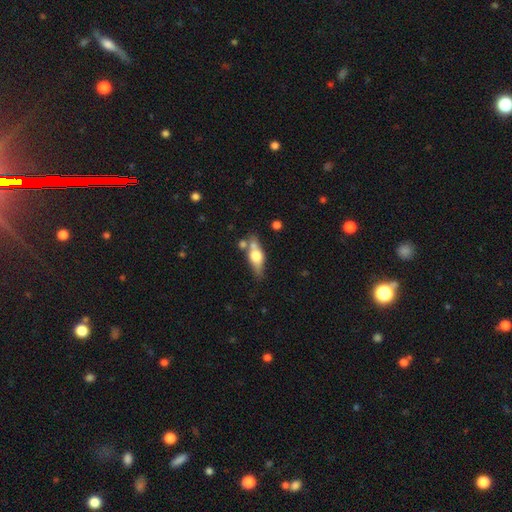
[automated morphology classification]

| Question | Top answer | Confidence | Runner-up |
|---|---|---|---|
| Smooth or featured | smooth | 47% | featured or disk (45%) |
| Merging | none | 62% | minor disturbance (17%) |